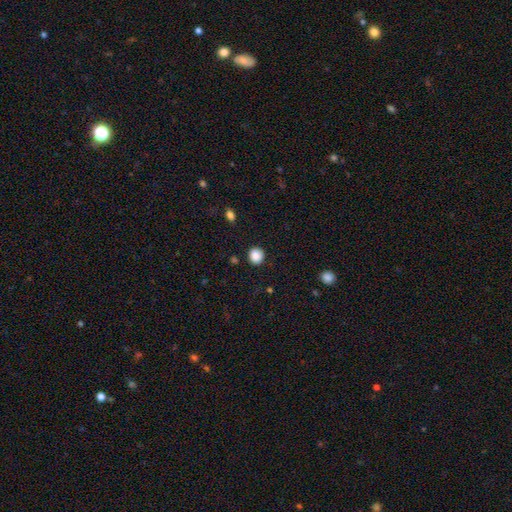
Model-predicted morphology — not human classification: type=smooth (88%); roundness=round (87%); merging=none (90%).